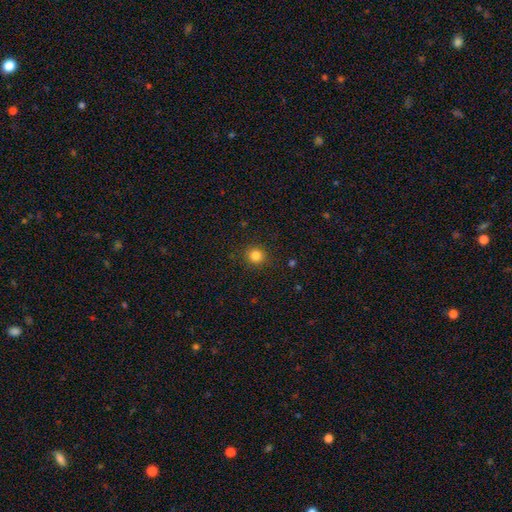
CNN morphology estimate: Q: Smooth or featured?
A: smooth (83%); runner-up: star or artifact (13%)
Q: How rounded?
A: round (92%); runner-up: in between (7%)
Q: Merging?
A: none (90%); runner-up: minor disturbance (6%)